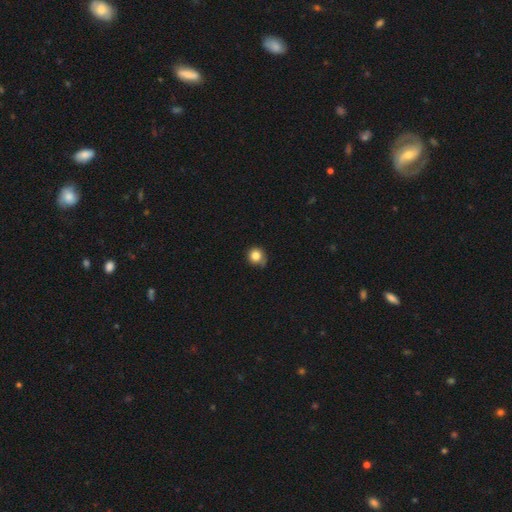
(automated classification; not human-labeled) A smooth galaxy with no disk features (83%) that is round (90%). Merging: none (68%).